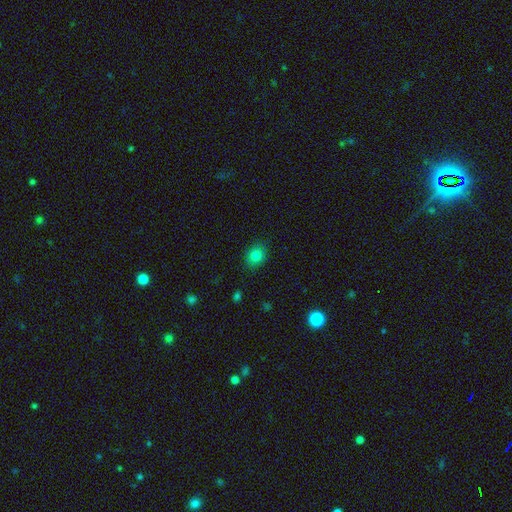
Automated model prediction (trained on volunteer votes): Morphology: type=smooth (81%); roundness=round (54%); merging=none (87%).